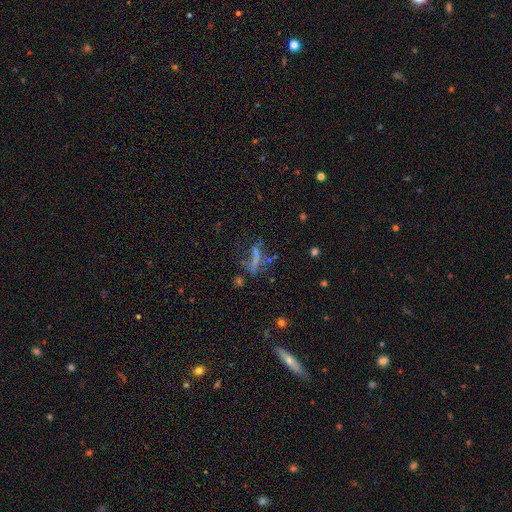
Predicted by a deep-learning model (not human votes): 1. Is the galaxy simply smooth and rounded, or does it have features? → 39% featured or disk, 31% smooth, 30% star or artifact.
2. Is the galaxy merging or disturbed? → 46% none, 27% major disturbance, 18% minor disturbance, 10% merger.